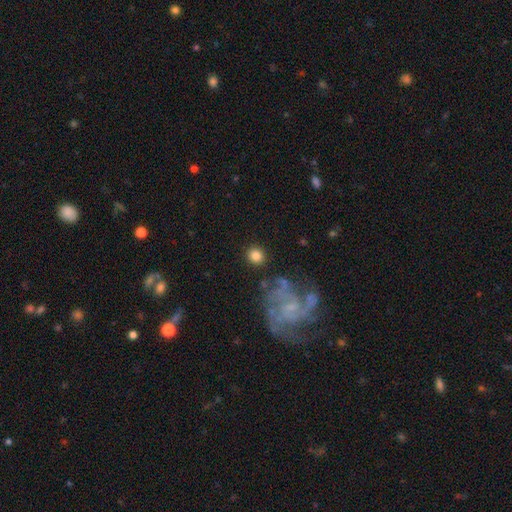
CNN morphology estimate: smooth_or_featured: smooth (p=0.81) [alt: featured or disk p=0.11]
how_rounded: round (p=0.86) [alt: in between p=0.13]
merging: none (p=0.84) [alt: minor disturbance p=0.08]